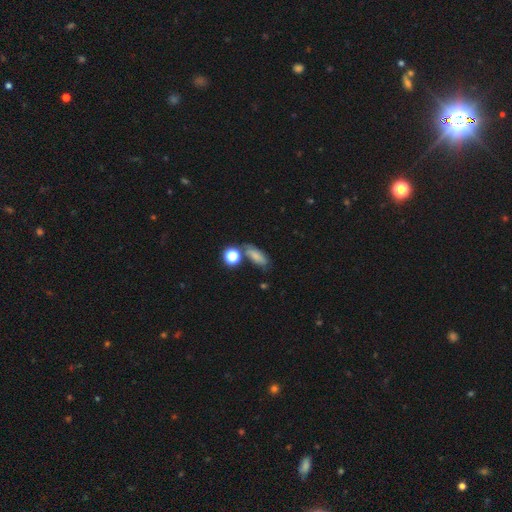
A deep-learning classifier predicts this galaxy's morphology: type=smooth (67%); roundness=in between (68%); merging=none (55%).